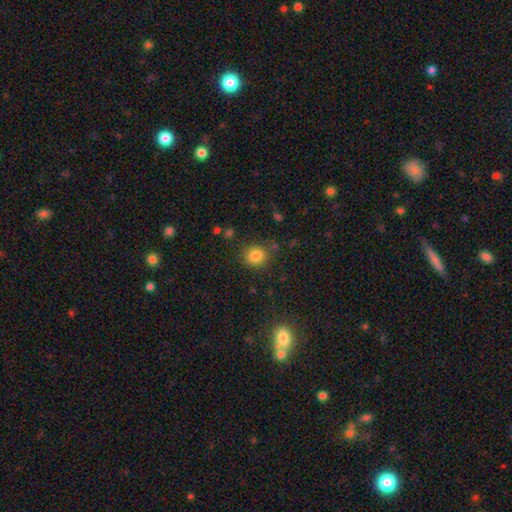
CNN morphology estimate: This appears to be a smooth galaxy with no disk features (82%) that is round (82%). Merging: none (81%).